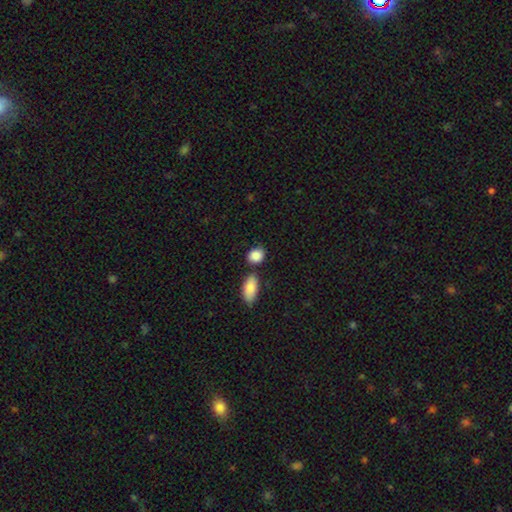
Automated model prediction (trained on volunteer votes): This appears to be a smooth galaxy with no disk features (89%) that is in between round and cigar-shaped (51%). Merging: none (67%).